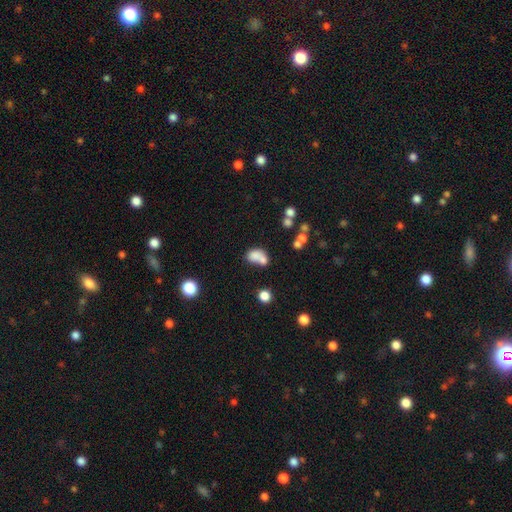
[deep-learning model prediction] Morphology: type=smooth (71%); roundness=in between (70%); merging=merger (53%).